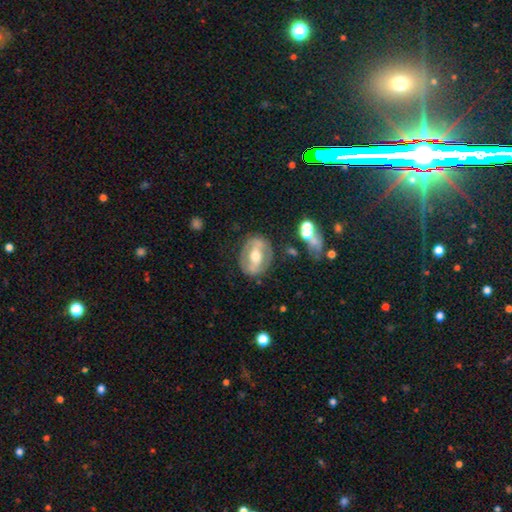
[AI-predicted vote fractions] This is likely a featured or disk galaxy (67%). It is clearly not viewed edge-on (90%). Bar: possibly strong (54%). Spiral arm pattern: likely no (63%). Central bulge: likely moderate (71%). Merging: likely none (78%).